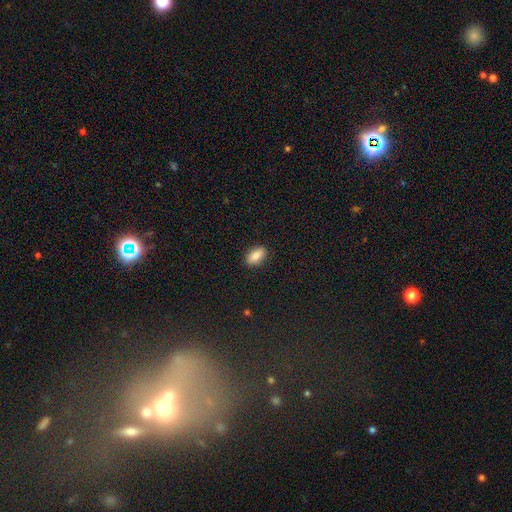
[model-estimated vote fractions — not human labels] Smooth or featured: smooth — 85% (star or artifact — 8%)
How rounded: in between — 90% (cigar-shaped — 6%)
Merging: none — 88% (minor disturbance — 8%)